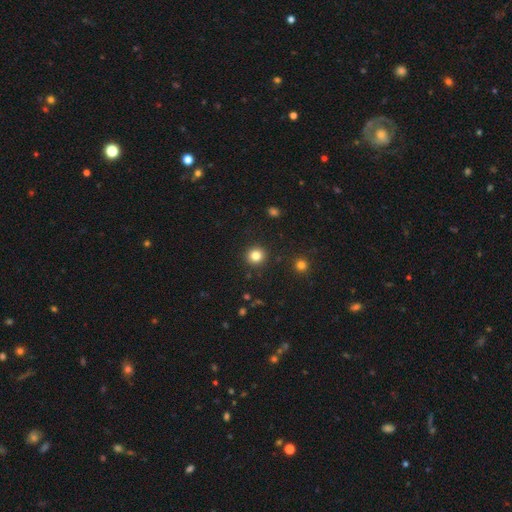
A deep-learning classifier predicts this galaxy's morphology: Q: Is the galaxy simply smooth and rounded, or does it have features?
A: smooth — 82%.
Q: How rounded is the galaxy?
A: round — 92%.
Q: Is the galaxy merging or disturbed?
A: none — 91%.